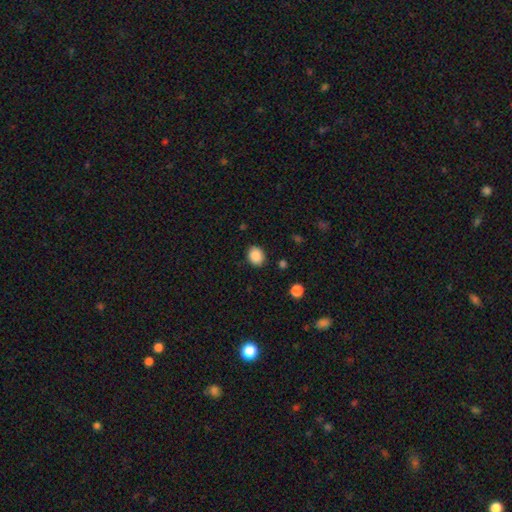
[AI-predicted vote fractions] The model was most divided on "how rounded": round: 57%, in between: 43%, cigar-shaped: 1%. More confident: smooth or featured — smooth (88%); merging — none (87%).